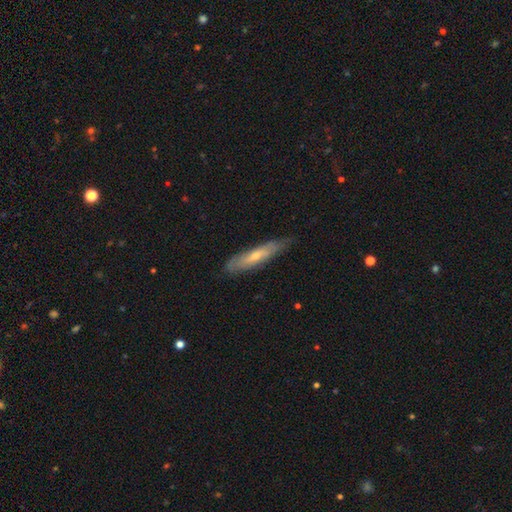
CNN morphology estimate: Smooth or featured? Predicted: featured or disk (p=0.52). Edge-on disk? Predicted: yes (p=0.60). Merging? Predicted: none (p=0.75).